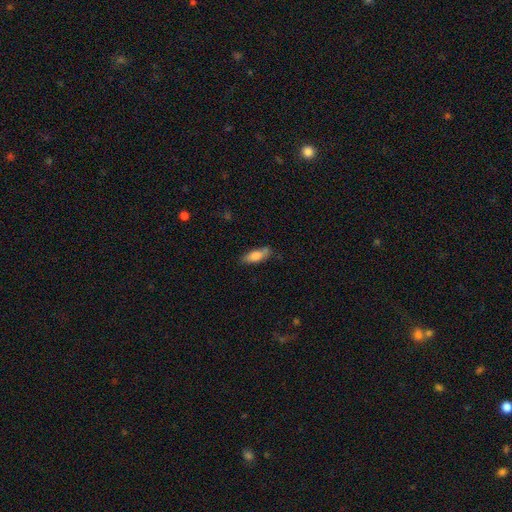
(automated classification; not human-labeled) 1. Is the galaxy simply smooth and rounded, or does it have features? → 79% smooth, 14% featured or disk, 7% star or artifact.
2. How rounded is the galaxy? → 64% in between, 34% cigar-shaped, 2% round.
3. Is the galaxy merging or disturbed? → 72% none, 21% minor disturbance, 5% major disturbance, 2% merger.